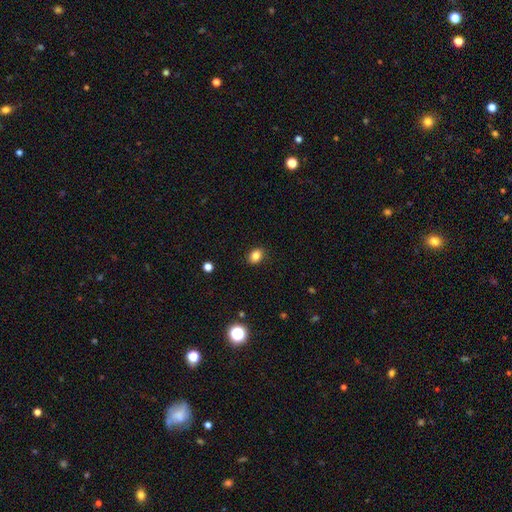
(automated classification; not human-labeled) smooth_or_featured: smooth (p=0.83) [alt: star or artifact p=0.11]
how_rounded: in between (p=0.61) [alt: round p=0.38]
merging: none (p=0.88) [alt: minor disturbance p=0.09]